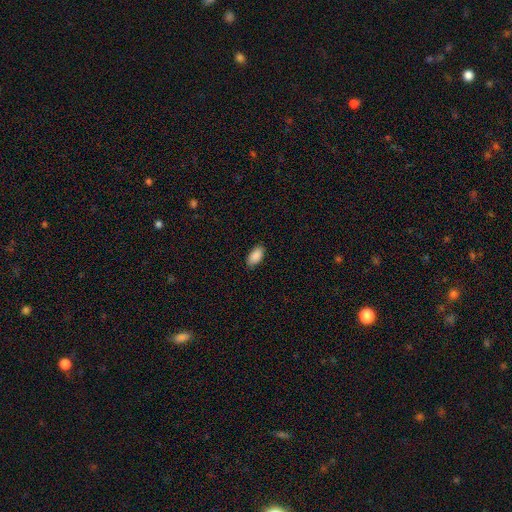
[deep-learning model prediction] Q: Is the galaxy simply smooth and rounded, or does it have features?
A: smooth — 90%.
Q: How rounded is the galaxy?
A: in between — 94%.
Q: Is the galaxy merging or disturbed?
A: none — 87%.